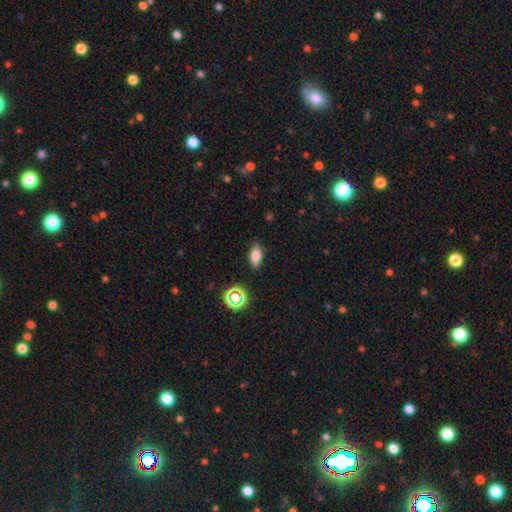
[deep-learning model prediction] Smooth or featured? Predicted: smooth (p=0.80). How rounded? Predicted: in between (p=0.87). Merging? Predicted: none (p=0.86).